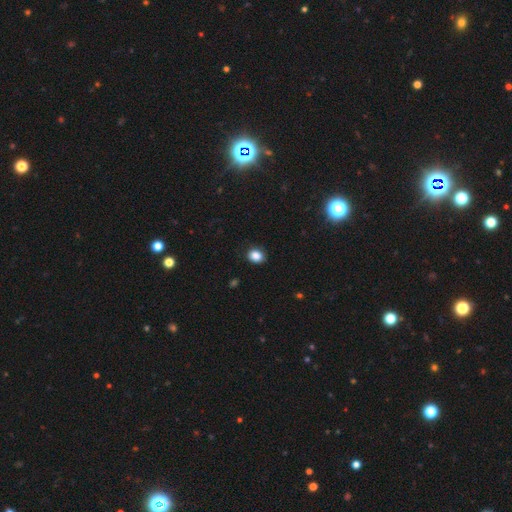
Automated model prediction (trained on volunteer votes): A smooth galaxy with no disk features (86%) that is round (58%).

Vote fractions:
- Smooth or featured? smooth: 86% / star or artifact: 10% / featured or disk: 3%
- How rounded? round: 58% / in between: 41% / cigar-shaped: 1%
- Merging? none: 86% / minor disturbance: 11% / major disturbance: 2% / merger: 1%